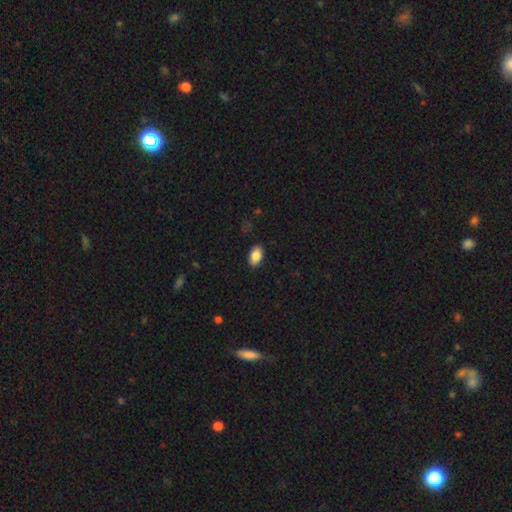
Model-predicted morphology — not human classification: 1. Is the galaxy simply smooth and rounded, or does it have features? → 86% smooth, 7% star or artifact, 6% featured or disk.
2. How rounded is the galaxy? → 92% in between, 6% round, 2% cigar-shaped.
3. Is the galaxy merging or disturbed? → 88% none, 9% minor disturbance, 2% major disturbance, 1% merger.